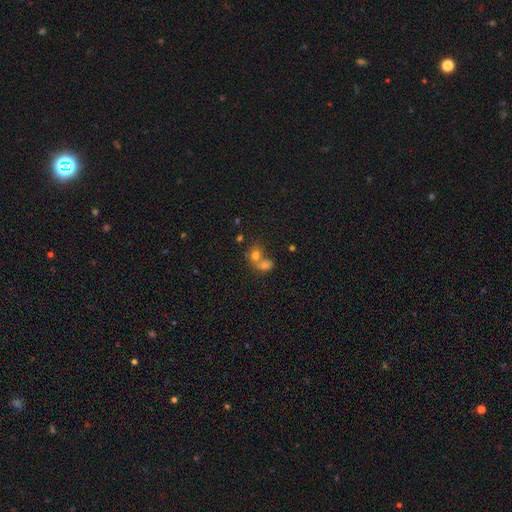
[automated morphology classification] Smooth or featured?
  - smooth: 59% *
  - star or artifact: 23%
  - featured or disk: 19%
How rounded?
  - round: 67% *
  - in between: 31%
  - cigar-shaped: 2%
Merging?
  - merger: 62% *
  - none: 29%
  - minor disturbance: 6%
  - major disturbance: 4%